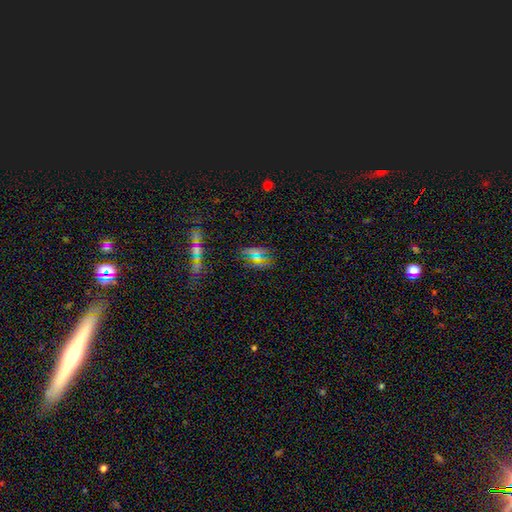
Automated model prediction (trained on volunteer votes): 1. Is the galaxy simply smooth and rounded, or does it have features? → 47% smooth, 41% star or artifact, 13% featured or disk.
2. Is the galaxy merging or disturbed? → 75% none, 15% minor disturbance, 6% major disturbance, 4% merger.